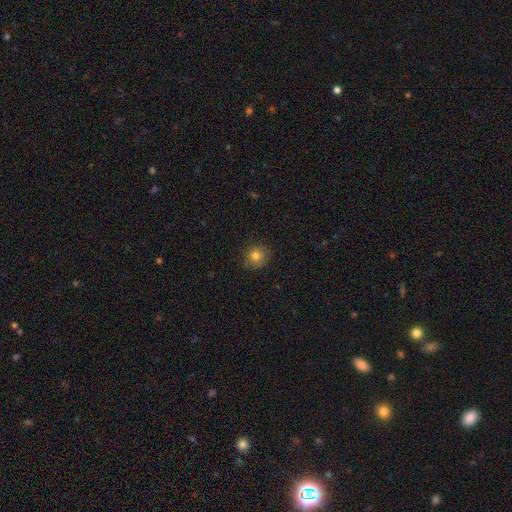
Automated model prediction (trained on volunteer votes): A smooth galaxy with no disk features (80%) that is round (92%).

Vote fractions:
- Smooth or featured? smooth: 80% / star or artifact: 13% / featured or disk: 7%
- How rounded? round: 92% / in between: 7% / cigar-shaped: 1%
- Merging? none: 87% / minor disturbance: 10% / major disturbance: 2% / merger: 1%